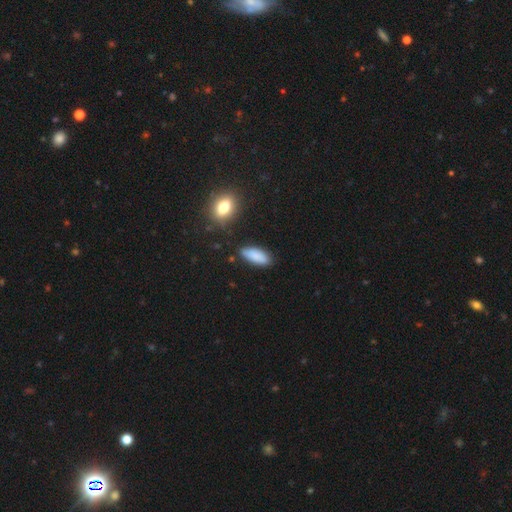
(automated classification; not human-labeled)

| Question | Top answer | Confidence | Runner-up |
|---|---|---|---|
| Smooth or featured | smooth | 85% | featured or disk (8%) |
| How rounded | in between | 72% | cigar-shaped (25%) |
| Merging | none | 77% | minor disturbance (17%) |